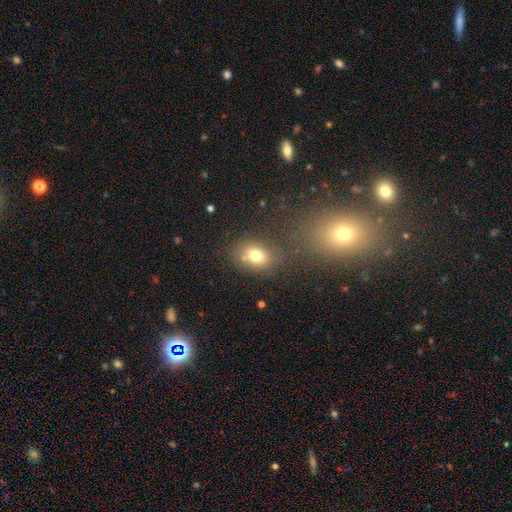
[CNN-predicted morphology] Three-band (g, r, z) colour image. It shows a smooth galaxy with no disk features (75%) that is in between round and cigar-shaped (67%). Merging: none (66%).